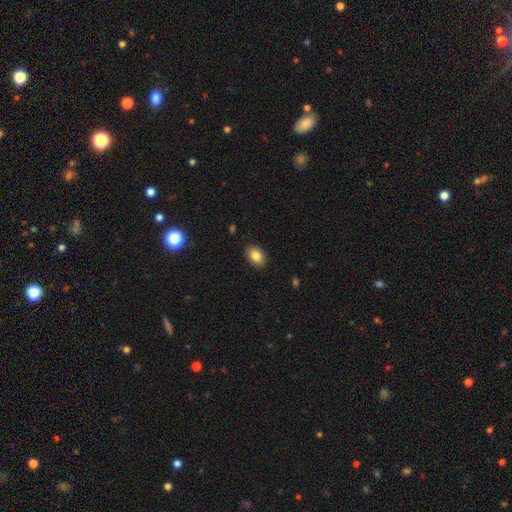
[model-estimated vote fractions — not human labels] This appears to be a smooth galaxy with no disk features (85%) that is in between round and cigar-shaped (83%). Merging: none (89%).